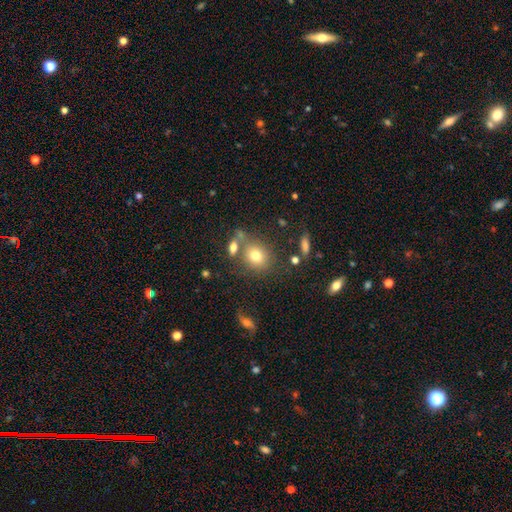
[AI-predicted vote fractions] smooth_or_featured: smooth (p=0.76) [alt: star or artifact p=0.12]
how_rounded: round (p=0.65) [alt: in between p=0.34]
merging: none (p=0.65) [alt: merger p=0.16]